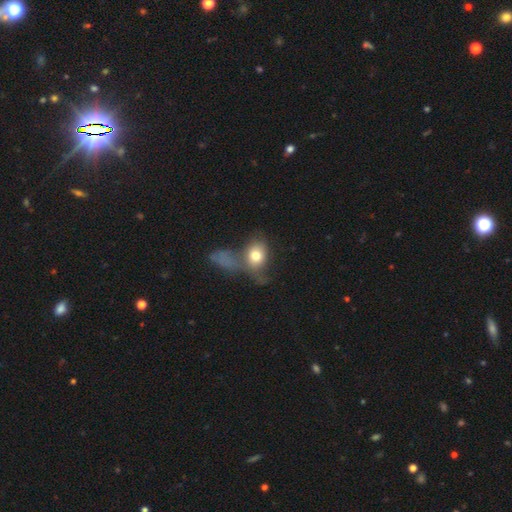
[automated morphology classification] Smooth or featured: smooth — 74% (featured or disk — 17%)
How rounded: in between — 56% (round — 42%)
Merging: merger — 32% (major disturbance — 28%)